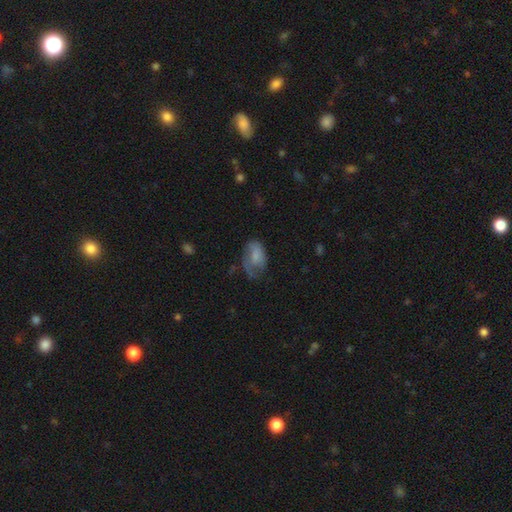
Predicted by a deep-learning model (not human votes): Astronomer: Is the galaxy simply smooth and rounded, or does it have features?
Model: smooth — 65%.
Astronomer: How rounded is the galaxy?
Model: in between — 88%.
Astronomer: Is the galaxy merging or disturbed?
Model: none — 36% (runner-up: minor disturbance, 33%).